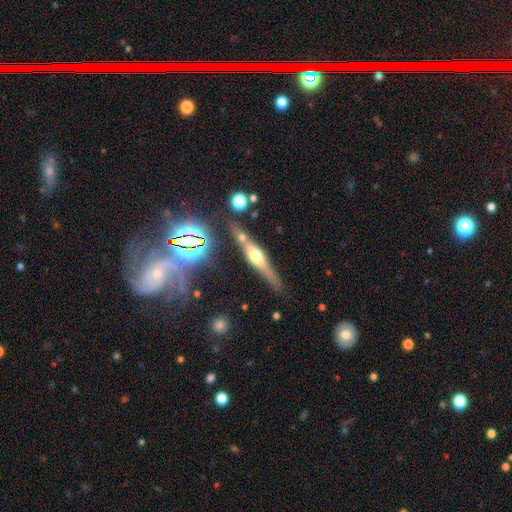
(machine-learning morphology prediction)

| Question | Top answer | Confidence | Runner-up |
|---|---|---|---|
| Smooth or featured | featured or disk | 66% | smooth (24%) |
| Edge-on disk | yes | 94% | no (6%) |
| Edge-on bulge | rounded | 88% | boxy (9%) |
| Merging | none | 74% | minor disturbance (12%) |